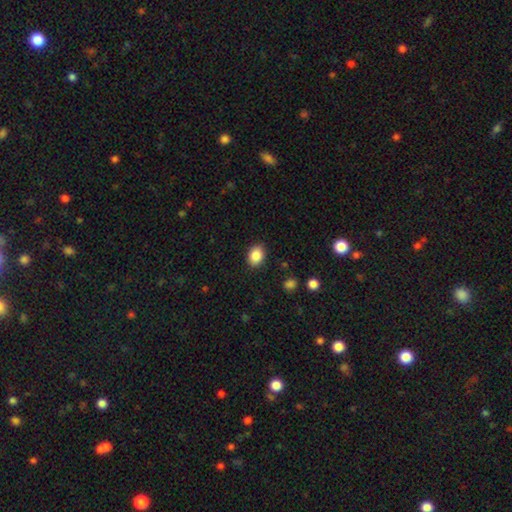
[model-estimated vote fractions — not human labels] smooth_or_featured: smooth (p=0.88) [alt: star or artifact p=0.08]
how_rounded: in between (p=0.62) [alt: round p=0.37]
merging: none (p=0.88) [alt: minor disturbance p=0.09]